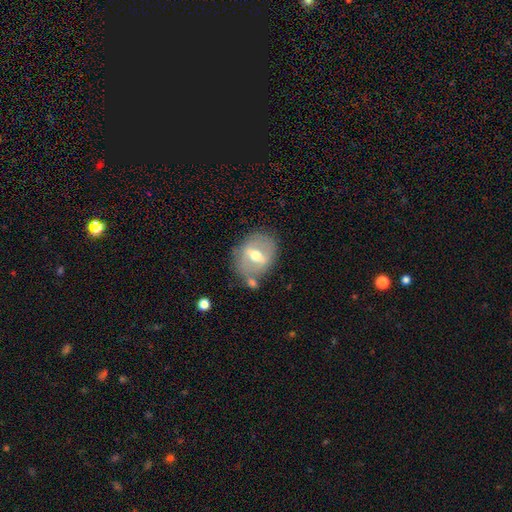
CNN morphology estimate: smooth-or-featured: featured or disk: 61% | smooth: 32% | star or artifact: 7%
  disk-edge-on: no: 87% | yes: 13%
    bar: strong: 49% | weak: 39% | no: 13%
    has-spiral-arms: no: 77% | yes: 23%
    bulge-size: moderate: 74% | large: 12% | small: 11% | dominant: 1% | none: 1%
  merging: none: 66% | minor disturbance: 18% | merger: 10% | major disturbance: 7%